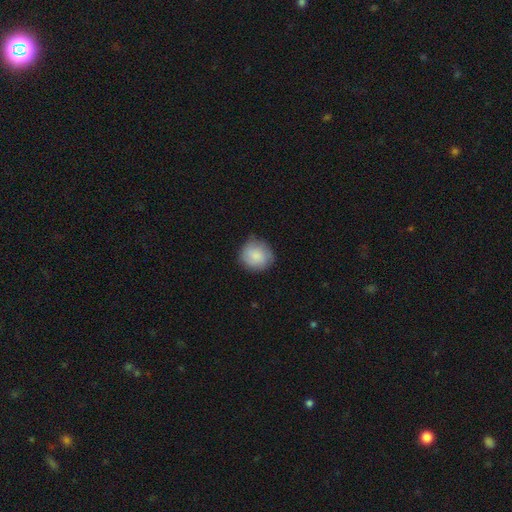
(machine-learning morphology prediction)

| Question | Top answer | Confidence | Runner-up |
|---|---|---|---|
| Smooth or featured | smooth | 83% | featured or disk (11%) |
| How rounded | round | 88% | in between (11%) |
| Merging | none | 79% | minor disturbance (17%) |